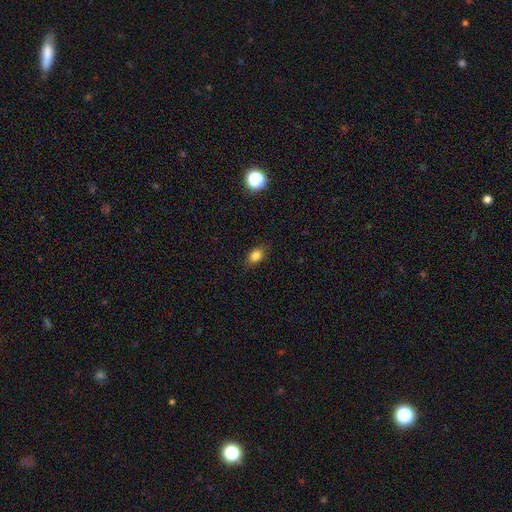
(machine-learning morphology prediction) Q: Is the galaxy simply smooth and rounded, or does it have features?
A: smooth — 83%.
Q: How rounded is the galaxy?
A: in between — 69%.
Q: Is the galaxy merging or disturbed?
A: none — 84%.